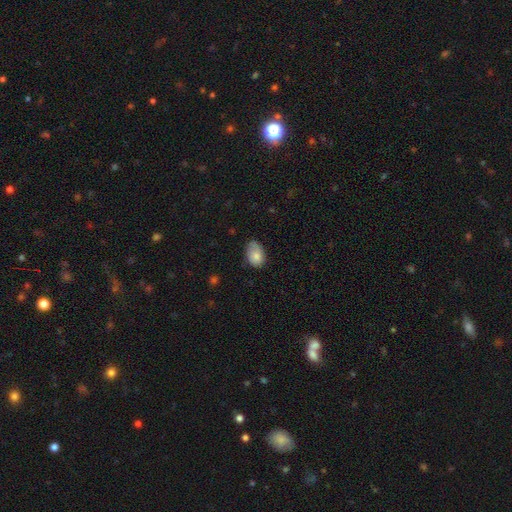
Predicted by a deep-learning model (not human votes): Smooth or featured? smooth (80%)
How rounded? in between (86%)
Merging? none (51%)